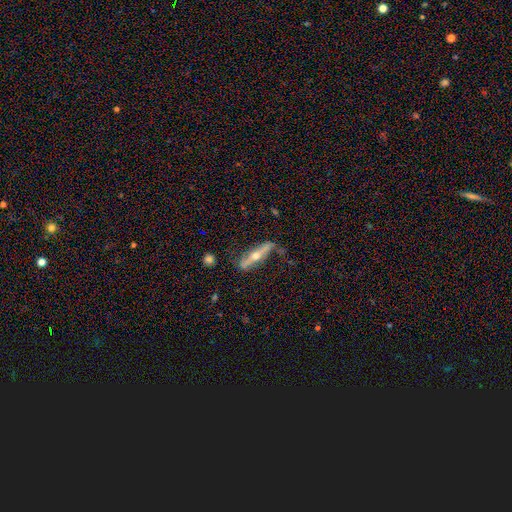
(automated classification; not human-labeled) smooth_or_featured: featured or disk (p=0.69) [alt: smooth p=0.25]
disk_edge_on: yes (p=0.85) [alt: no p=0.15]
edge_on_bulge: rounded (p=0.94) [alt: none p=0.04]
merging: none (p=0.73) [alt: minor disturbance p=0.19]